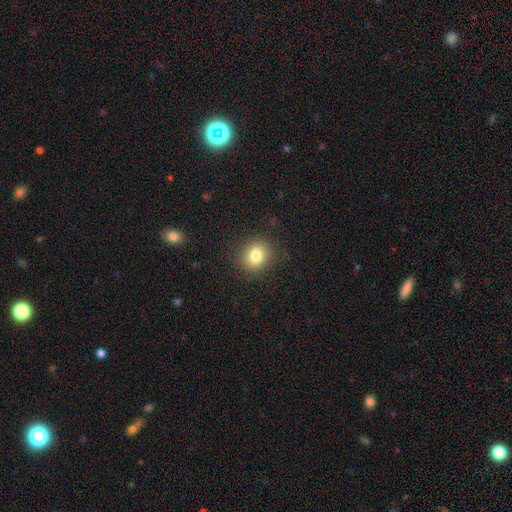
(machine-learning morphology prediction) Q: Smooth or featured?
A: smooth (81%); runner-up: star or artifact (11%)
Q: How rounded?
A: round (70%); runner-up: in between (29%)
Q: Merging?
A: none (87%); runner-up: minor disturbance (9%)